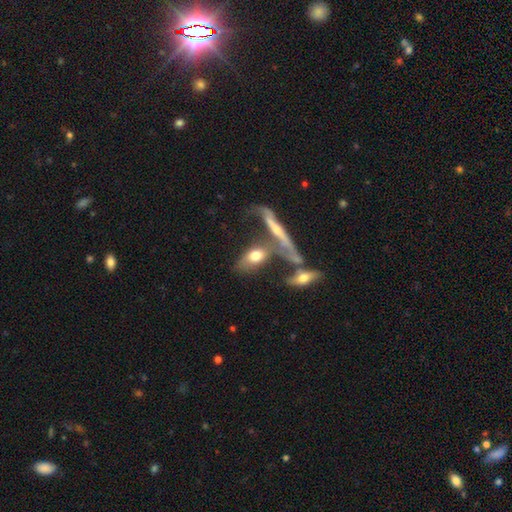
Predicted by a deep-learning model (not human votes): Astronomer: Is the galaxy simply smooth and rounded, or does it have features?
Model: smooth — 62%.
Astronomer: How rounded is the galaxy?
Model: in between — 74%.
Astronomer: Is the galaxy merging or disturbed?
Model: merger — 46% (runner-up: none, 30%).